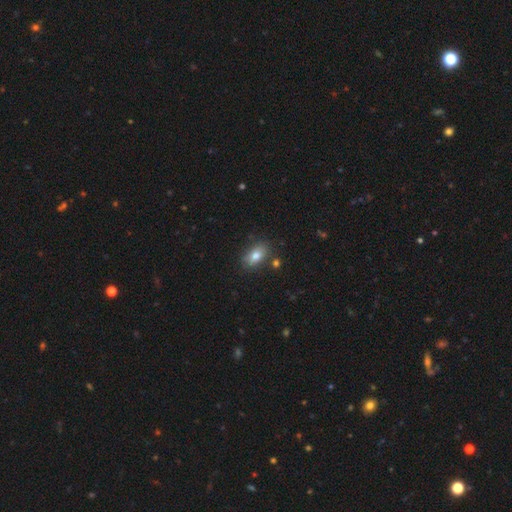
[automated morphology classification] Q: Smooth or featured?
A: smooth (80%); runner-up: featured or disk (12%)
Q: How rounded?
A: in between (87%); runner-up: round (9%)
Q: Merging?
A: none (79%); runner-up: minor disturbance (13%)